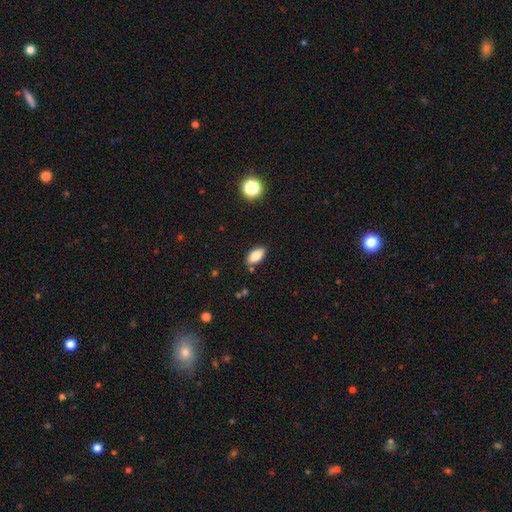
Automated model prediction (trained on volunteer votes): Morphology: type=smooth (82%); roundness=in between (91%); merging=none (84%).